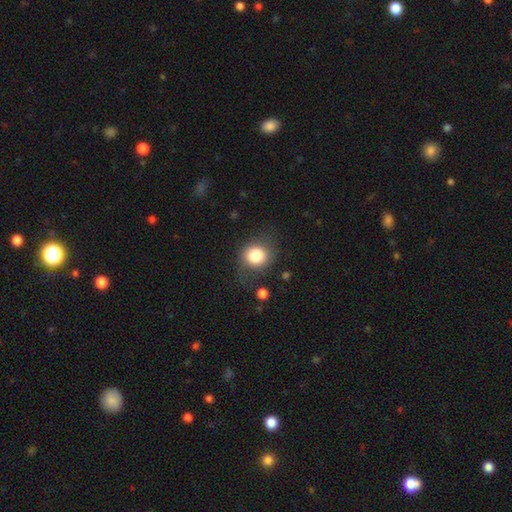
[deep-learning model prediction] Q: Smooth or featured?
A: smooth (82%); runner-up: star or artifact (9%)
Q: How rounded?
A: round (76%); runner-up: in between (23%)
Q: Merging?
A: none (70%); runner-up: minor disturbance (18%)